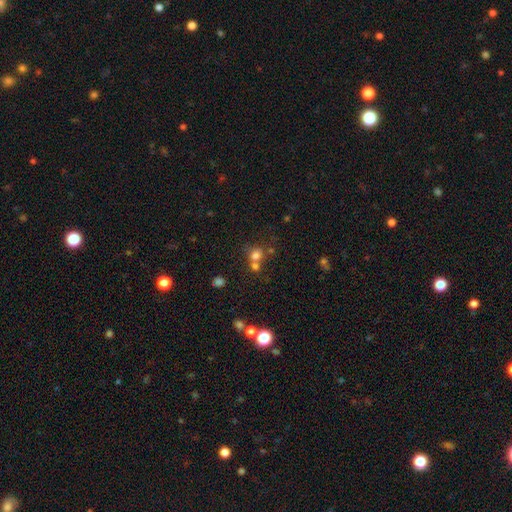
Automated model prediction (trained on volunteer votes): Morphology: type=smooth (71%); roundness=round (83%); merging=merger (44%, tied with none).